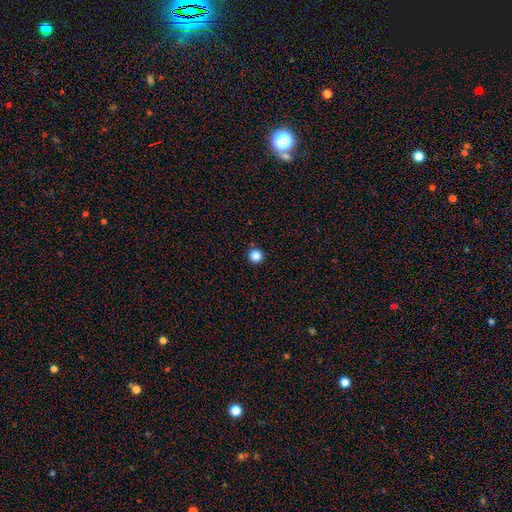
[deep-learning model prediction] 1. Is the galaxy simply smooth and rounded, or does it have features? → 85% smooth, 12% star or artifact, 3% featured or disk.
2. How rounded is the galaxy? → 96% round, 3% in between, 1% cigar-shaped.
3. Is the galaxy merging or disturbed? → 93% none, 4% minor disturbance, 2% merger, 1% major disturbance.